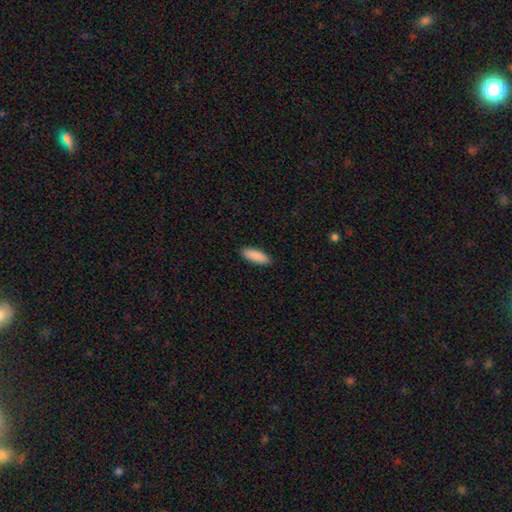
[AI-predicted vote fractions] This appears to be a smooth galaxy with no disk features (90%) that is in between round and cigar-shaped (61%). Merging: none (91%).